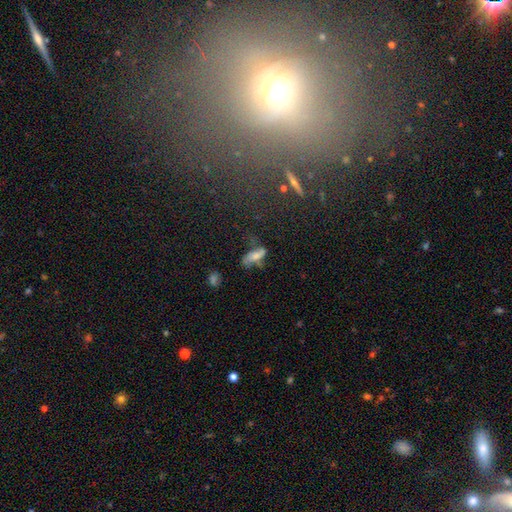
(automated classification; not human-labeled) smooth-or-featured: smooth: 51% | featured or disk: 37% | star or artifact: 12%
  how-rounded: in between: 71% | cigar-shaped: 25% | round: 3%
  merging: none: 38% | minor disturbance: 29% | major disturbance: 24% | merger: 10%